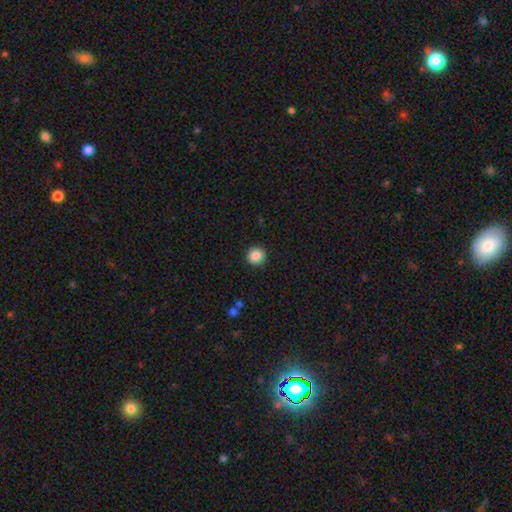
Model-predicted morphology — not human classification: Smooth or featured? Predicted: smooth (p=0.87). How rounded? Predicted: round (p=0.94). Merging? Predicted: none (p=0.93).